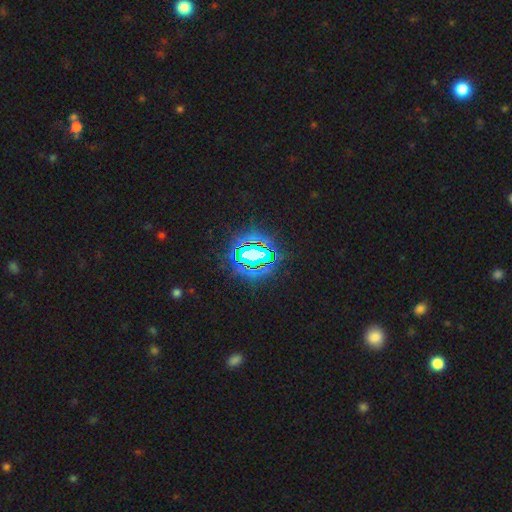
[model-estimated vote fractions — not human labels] The model was most divided on "smooth or featured": star or artifact: 82%, smooth: 11%, featured or disk: 7%.